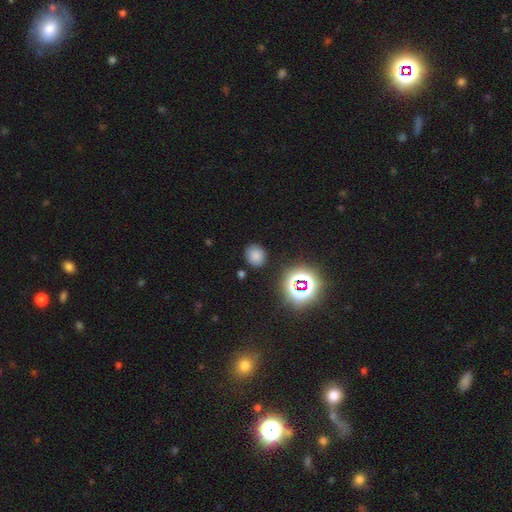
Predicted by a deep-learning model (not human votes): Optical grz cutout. It shows a smooth galaxy with no disk features (73%) that is round (72%). Merging: none (85%).